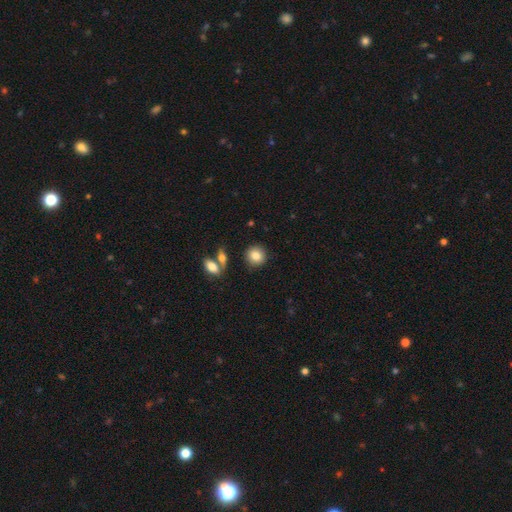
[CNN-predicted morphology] smooth-or-featured: smooth: 83% | star or artifact: 9% | featured or disk: 8%
  how-rounded: round: 85% | in between: 14% | cigar-shaped: 1%
  merging: none: 84% | minor disturbance: 8% | merger: 6% | major disturbance: 2%